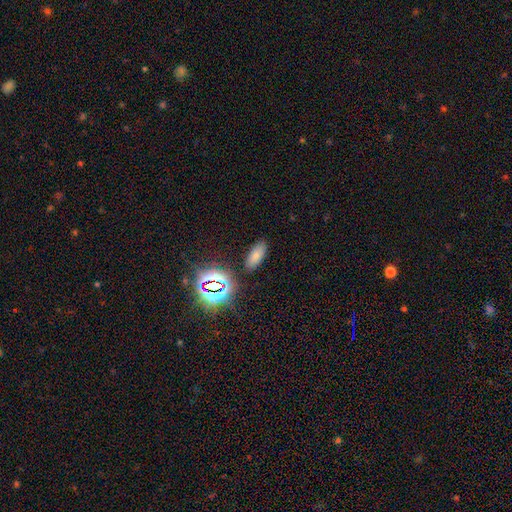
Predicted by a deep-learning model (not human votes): A smooth galaxy with no disk features (72%) that is in between round and cigar-shaped (83%).

Vote fractions:
- Smooth or featured? smooth: 72% / star or artifact: 20% / featured or disk: 8%
- How rounded? in between: 83% / cigar-shaped: 13% / round: 4%
- Merging? none: 86% / minor disturbance: 8% / major disturbance: 3% / merger: 3%